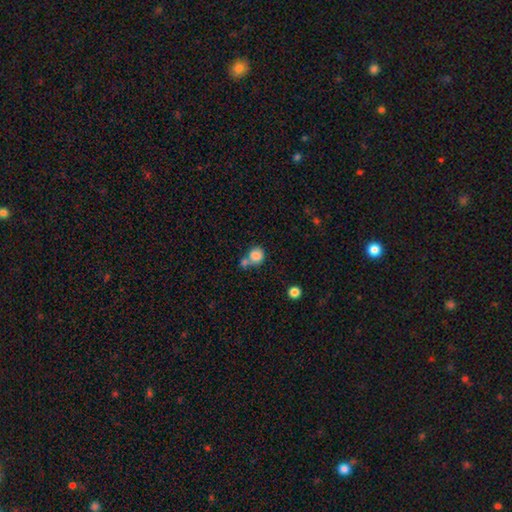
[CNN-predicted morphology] Overall: smooth (82%). How rounded: round (72%). Merging: merger (41%, tied with none).